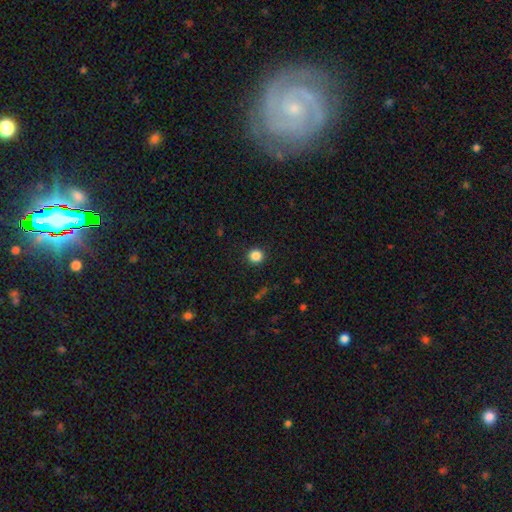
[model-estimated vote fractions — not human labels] A smooth galaxy with no disk features (85%) that is round (93%).

Vote fractions:
- Smooth or featured? smooth: 85% / star or artifact: 12% / featured or disk: 3%
- How rounded? round: 93% / in between: 6% / cigar-shaped: 1%
- Merging? none: 91% / minor disturbance: 6% / major disturbance: 2% / merger: 1%